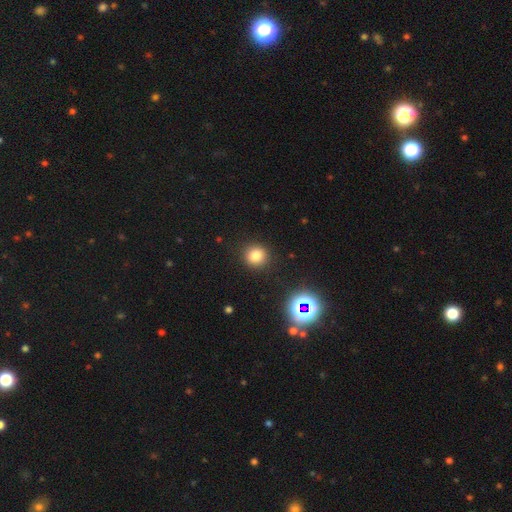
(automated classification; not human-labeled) smooth 79%, star or artifact 15%, featured or disk 6%. Down the decision tree: how rounded — round (90%); merging — none (91%).